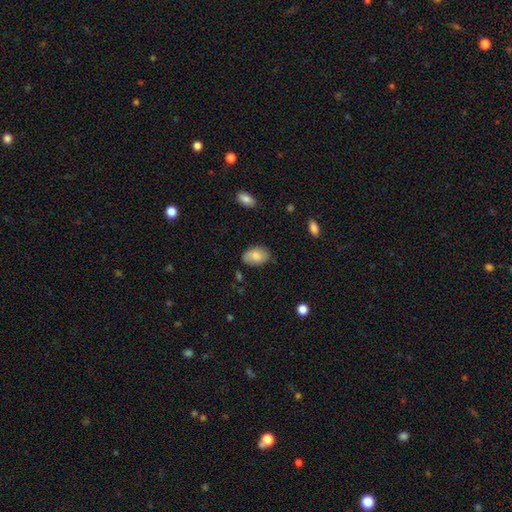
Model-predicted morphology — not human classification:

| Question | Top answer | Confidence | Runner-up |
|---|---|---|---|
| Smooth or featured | smooth | 83% | featured or disk (11%) |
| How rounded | in between | 92% | round (7%) |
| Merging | none | 77% | minor disturbance (18%) |